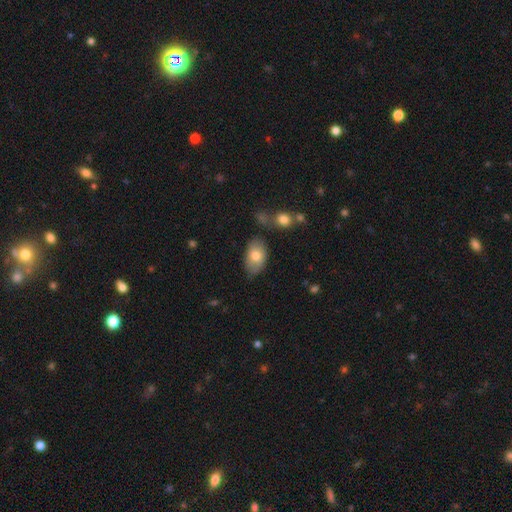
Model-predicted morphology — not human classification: Overall: smooth (76%). How rounded: in between (91%). Merging: none (70%).